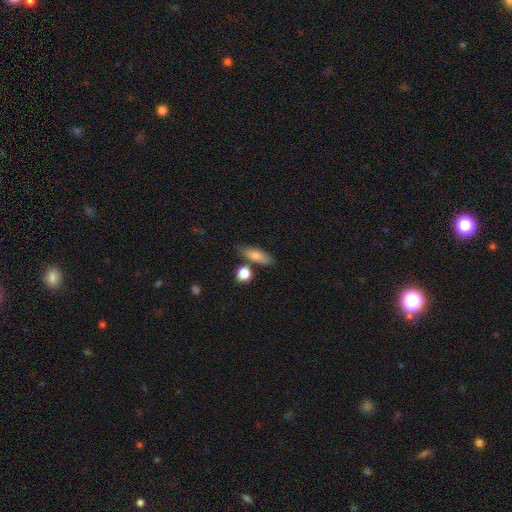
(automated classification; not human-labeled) A smooth galaxy with no disk features (72%) that is in between round and cigar-shaped (51%).

Vote fractions:
- Smooth or featured? smooth: 72% / featured or disk: 20% / star or artifact: 8%
- How rounded? in between: 51% / cigar-shaped: 43% / round: 7%
- Merging? none: 71% / minor disturbance: 15% / merger: 10% / major disturbance: 4%